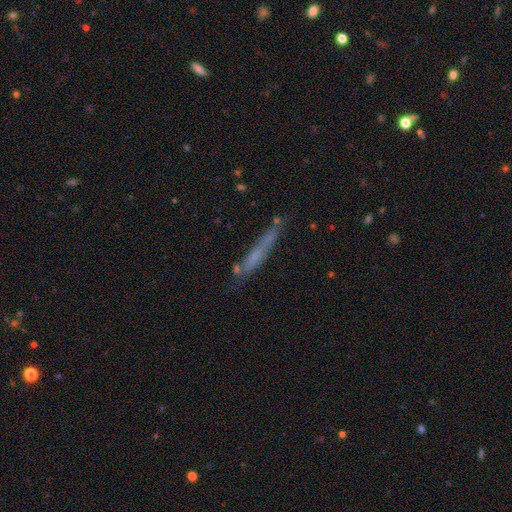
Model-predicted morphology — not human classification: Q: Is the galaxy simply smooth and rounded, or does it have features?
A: smooth — 49%.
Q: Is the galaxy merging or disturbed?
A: none — 67%.